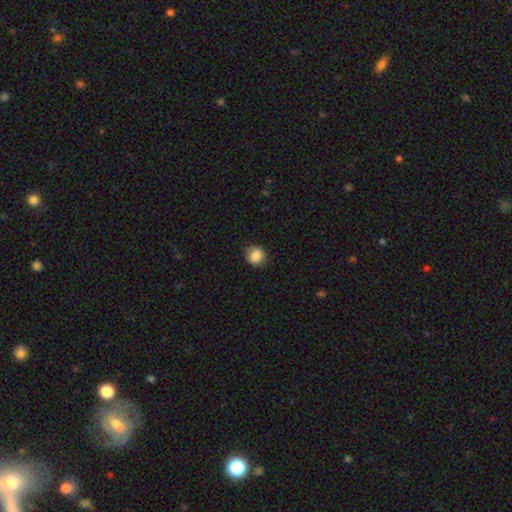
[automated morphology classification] type=smooth (87%); roundness=round (83%); merging=none (86%).